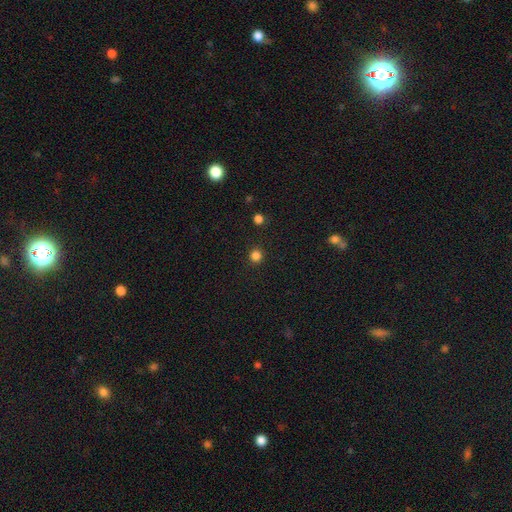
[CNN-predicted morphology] smooth-or-featured: smooth: 82% | star or artifact: 14% | featured or disk: 3%
  how-rounded: round: 93% | in between: 6% | cigar-shaped: 1%
  merging: none: 91% | minor disturbance: 5% | major disturbance: 2% | merger: 1%